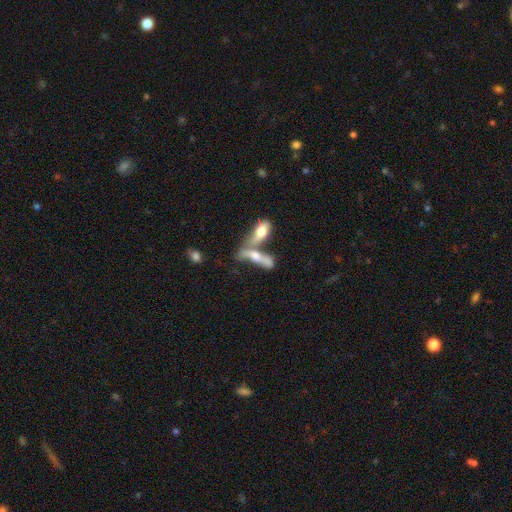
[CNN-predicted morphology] Smooth or featured? Predicted: featured or disk (p=0.40). Merging? Predicted: none (p=0.41, tied with merger).